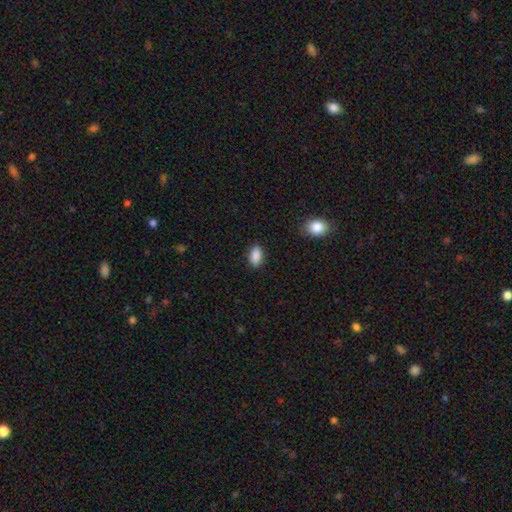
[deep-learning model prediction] A smooth galaxy with no disk features (89%) that is in between round and cigar-shaped (91%).

Vote fractions:
- Smooth or featured? smooth: 89% / star or artifact: 8% / featured or disk: 4%
- How rounded? in between: 91% / round: 5% / cigar-shaped: 4%
- Merging? none: 87% / minor disturbance: 10% / major disturbance: 2% / merger: 1%